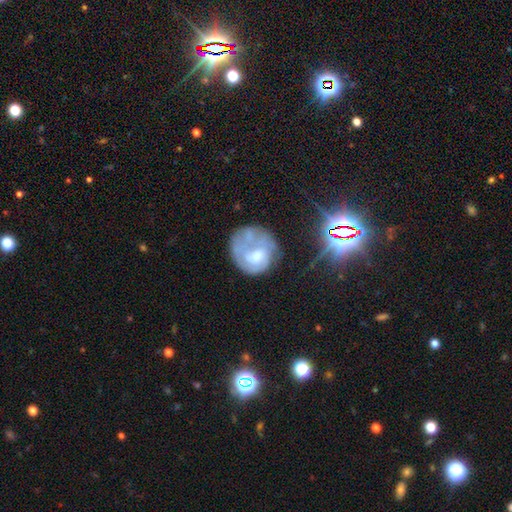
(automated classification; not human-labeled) Smooth or featured: featured or disk — 51% (smooth — 40%)
Edge-on disk: no — 98% (yes — 2%)
Merging: none — 41% (major disturbance — 27%)